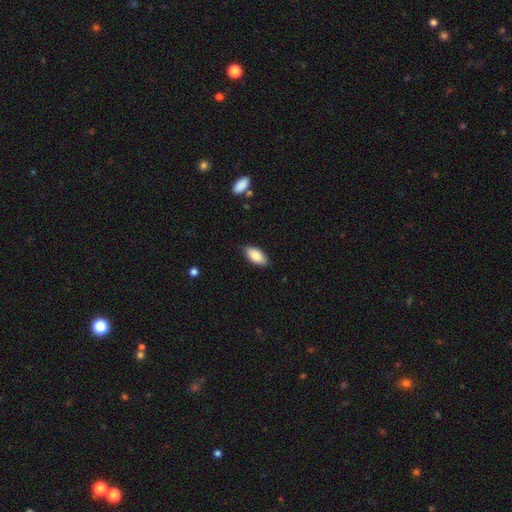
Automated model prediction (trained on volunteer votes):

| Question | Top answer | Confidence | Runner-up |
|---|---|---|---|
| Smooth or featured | smooth | 84% | featured or disk (9%) |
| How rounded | in between | 90% | cigar-shaped (7%) |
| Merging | none | 85% | minor disturbance (11%) |